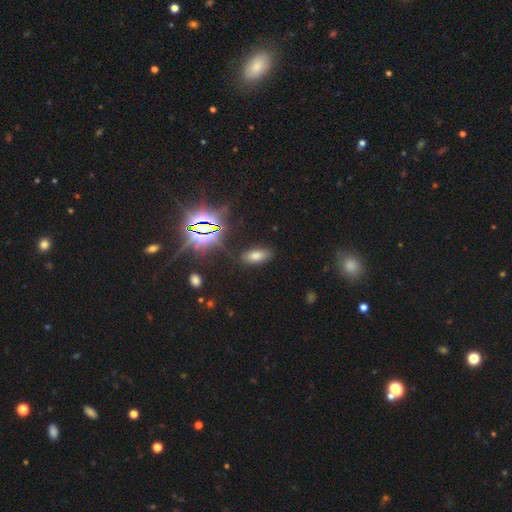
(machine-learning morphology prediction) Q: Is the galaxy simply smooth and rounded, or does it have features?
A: smooth — 55%.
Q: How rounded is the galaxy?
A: in between — 88%.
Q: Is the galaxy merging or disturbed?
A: none — 86%.